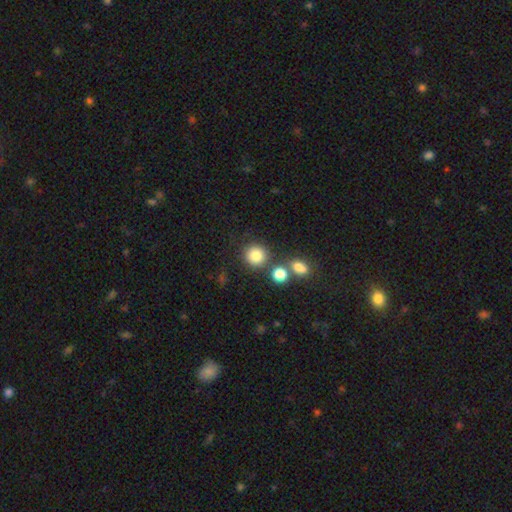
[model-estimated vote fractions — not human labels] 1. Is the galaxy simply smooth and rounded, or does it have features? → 82% smooth, 12% star or artifact, 7% featured or disk.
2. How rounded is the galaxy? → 91% round, 8% in between, 1% cigar-shaped.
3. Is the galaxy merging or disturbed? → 75% none, 13% merger, 9% minor disturbance, 4% major disturbance.